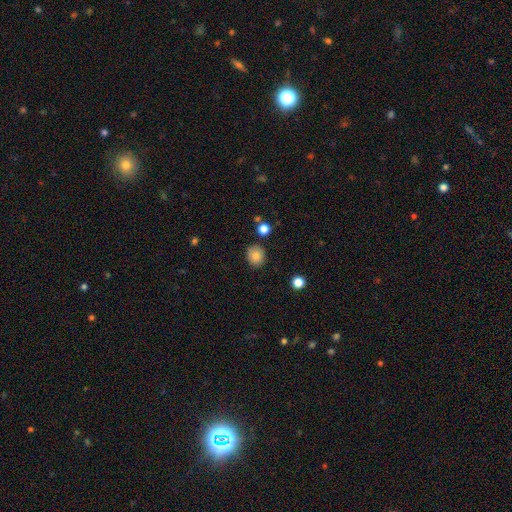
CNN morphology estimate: Overall: smooth (83%). How rounded: round (77%). Merging: none (85%).